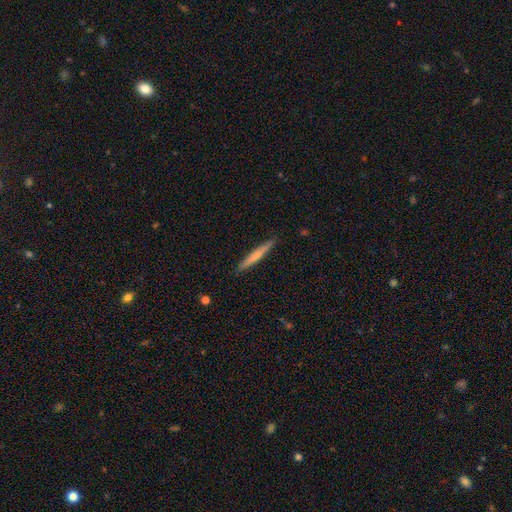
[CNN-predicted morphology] Smooth or featured? smooth (58%)
How rounded? cigar-shaped (96%)
Merging? none (91%)